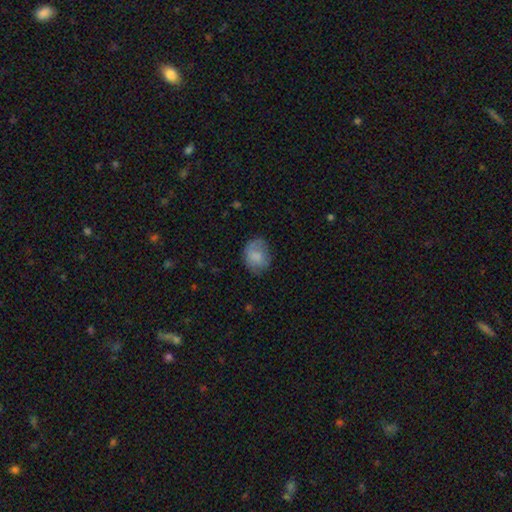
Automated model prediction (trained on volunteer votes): Smooth or featured? smooth (77%)
How rounded? round (52%)
Merging? none (63%)